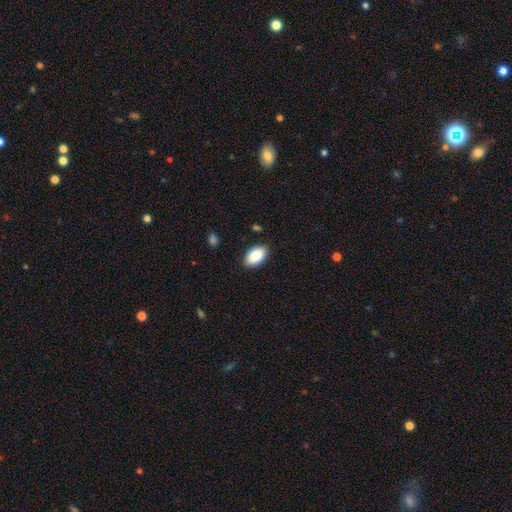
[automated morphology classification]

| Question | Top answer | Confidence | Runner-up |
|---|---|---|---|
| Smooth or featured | smooth | 87% | star or artifact (7%) |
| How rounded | in between | 94% | round (5%) |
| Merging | none | 88% | minor disturbance (9%) |